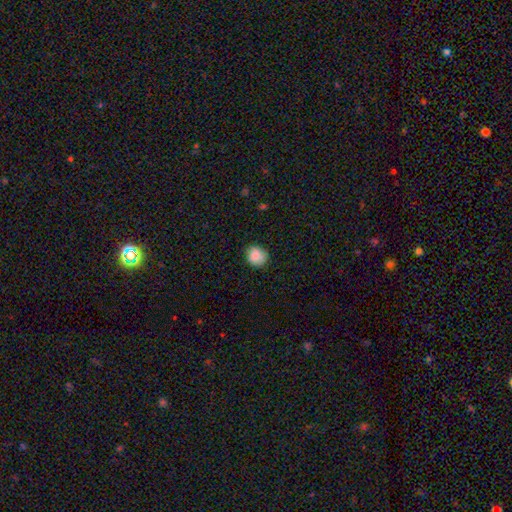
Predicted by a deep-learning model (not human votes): Q: Smooth or featured?
A: smooth (87%); runner-up: star or artifact (8%)
Q: How rounded?
A: round (79%); runner-up: in between (21%)
Q: Merging?
A: none (81%); runner-up: minor disturbance (15%)